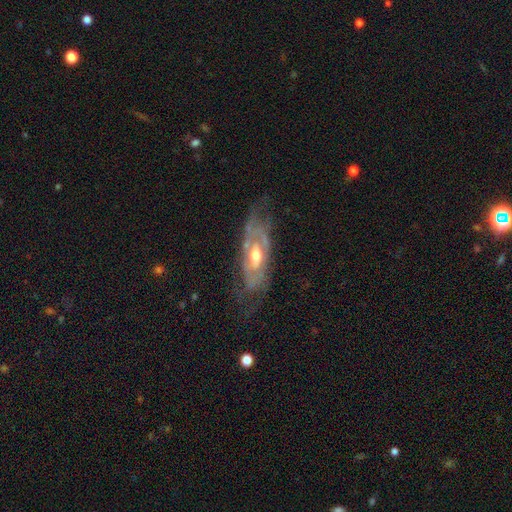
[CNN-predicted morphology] A featured or disk galaxy (81%) with no bar (57%), tight (56%) spiral arms (75%) and a moderate central bulge (75%).

Vote fractions:
- Smooth or featured? featured or disk: 81% / smooth: 14% / star or artifact: 5%
- Edge-on disk? no: 83% / yes: 17%
- Bar? no: 57% / weak: 32% / strong: 12%
- Spiral arms? yes: 75% / no: 25%
- Spiral winding? tight: 56% / medium: 31% / loose: 13%
- Spiral arm count? can't tell: 45% / 2: 37% / 3: 6% / 1: 6% / 4: 3% / more than 4: 3%
- Bulge size? moderate: 75% / small: 14% / large: 9% / none: 1% / dominant: 1%
- Merging? none: 61% / minor disturbance: 23% / major disturbance: 14% / merger: 2%